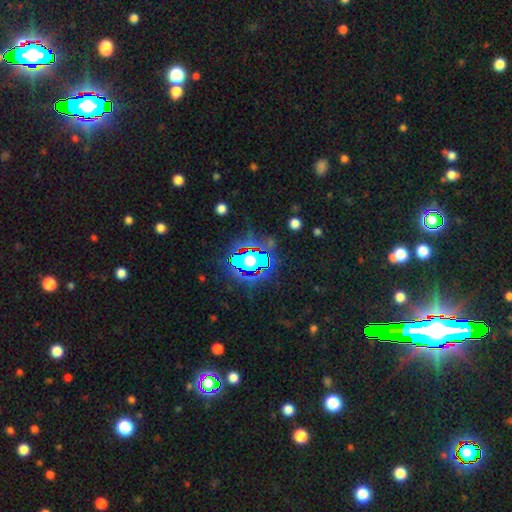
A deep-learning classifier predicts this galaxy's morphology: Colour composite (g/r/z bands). It shows a star or artifact, not a galaxy (69%).